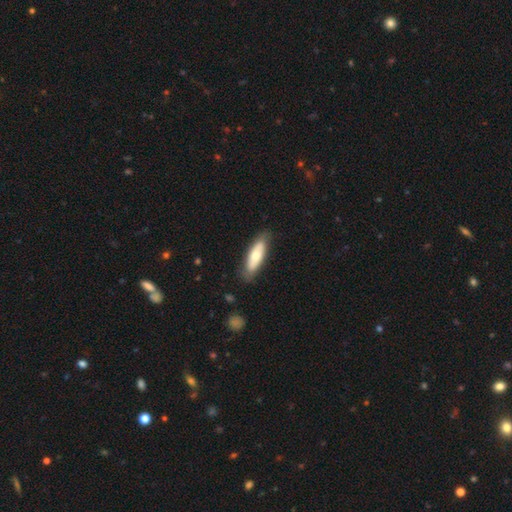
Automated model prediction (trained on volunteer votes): A smooth galaxy with no disk features (63%) that is in between round and cigar-shaped (57%). Merging: none (81%).